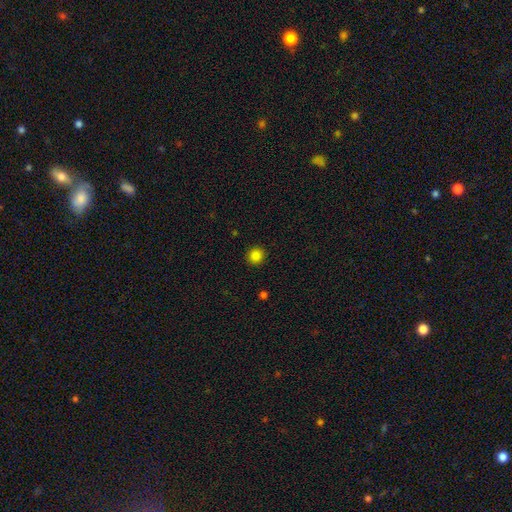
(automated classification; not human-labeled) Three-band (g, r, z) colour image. It shows a smooth galaxy with no disk features (84%) that is round (90%). Merging: none (92%).